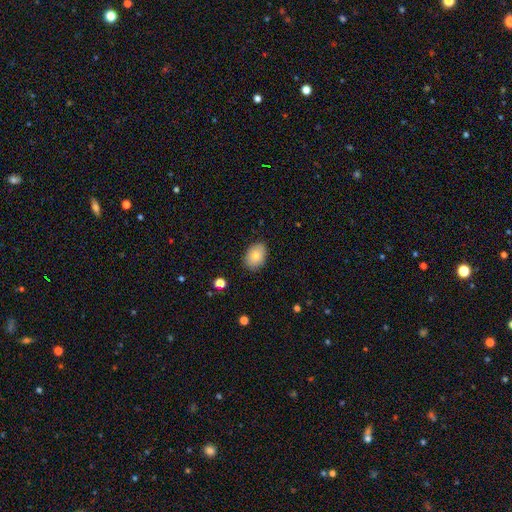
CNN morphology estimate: smooth 80%, featured or disk 12%, star or artifact 8%. Down the decision tree: how rounded — in between (76%); merging — none (84%).